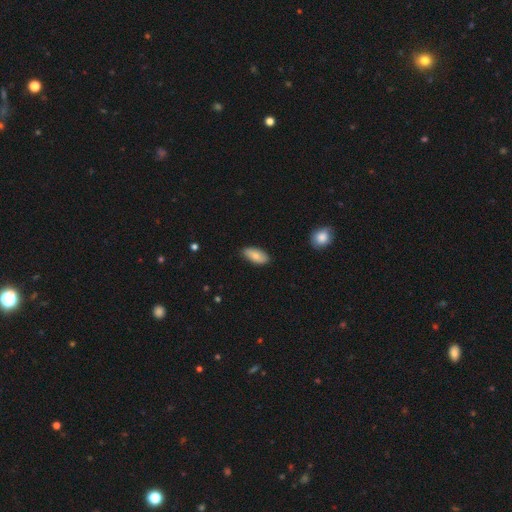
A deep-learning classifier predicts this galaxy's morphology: The model was most divided on "smooth or featured": smooth: 79%, featured or disk: 14%, star or artifact: 7%. More confident: how rounded — in between (90%); merging — none (83%).